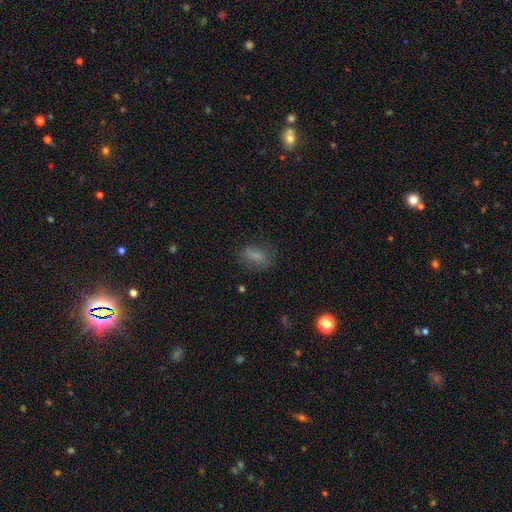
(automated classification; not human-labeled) Smooth or featured? Predicted: smooth (p=0.77). How rounded? Predicted: in between (p=0.79). Merging? Predicted: none (p=0.70).